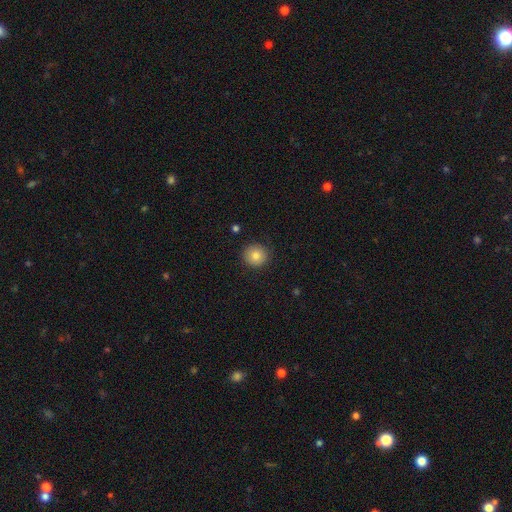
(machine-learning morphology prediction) Smooth or featured?
  - smooth: 83% *
  - star or artifact: 9%
  - featured or disk: 8%
How rounded?
  - round: 91% *
  - in between: 8%
  - cigar-shaped: 1%
Merging?
  - none: 87% *
  - minor disturbance: 9%
  - major disturbance: 2%
  - merger: 1%